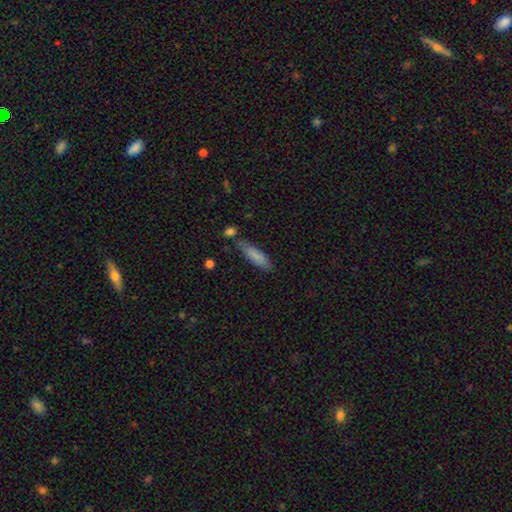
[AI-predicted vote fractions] This is clearly a smooth galaxy (82%). How rounded: likely cigar-shaped (69%). Merging: likely none (72%).